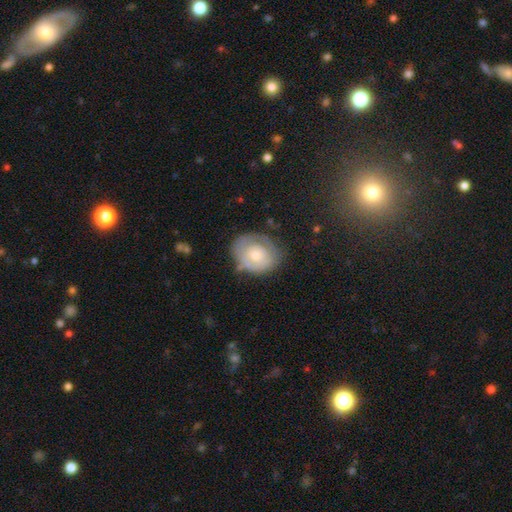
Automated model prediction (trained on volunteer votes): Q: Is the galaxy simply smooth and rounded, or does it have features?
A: smooth — 50%.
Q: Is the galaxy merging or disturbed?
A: none — 60%.